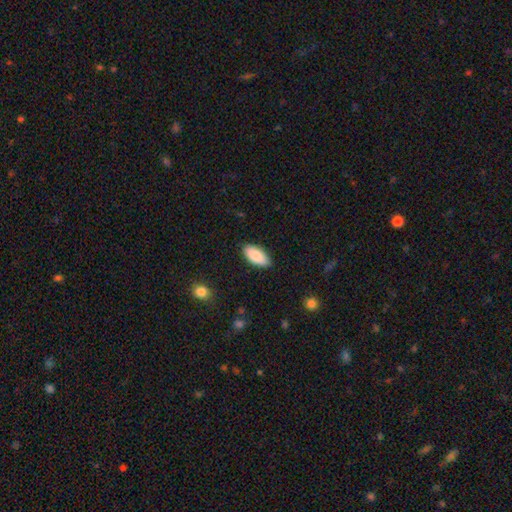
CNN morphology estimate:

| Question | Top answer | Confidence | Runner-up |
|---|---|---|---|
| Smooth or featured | smooth | 86% | featured or disk (8%) |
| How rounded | in between | 89% | cigar-shaped (9%) |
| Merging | none | 86% | minor disturbance (11%) |